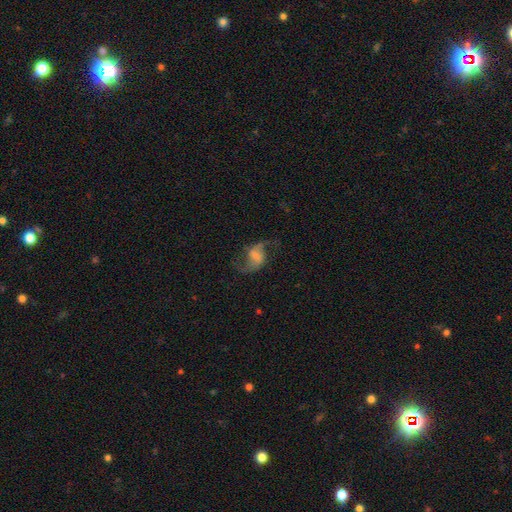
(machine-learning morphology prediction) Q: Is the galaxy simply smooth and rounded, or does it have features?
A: featured or disk — 82%.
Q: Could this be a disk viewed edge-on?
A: no — 98%.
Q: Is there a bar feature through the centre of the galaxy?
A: weak — 46%.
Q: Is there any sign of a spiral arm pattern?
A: yes — 95%.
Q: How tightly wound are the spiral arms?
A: loose — 66%.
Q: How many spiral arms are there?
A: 2 — 92%.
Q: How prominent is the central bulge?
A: small — 51%.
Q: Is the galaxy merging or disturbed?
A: none — 70%.